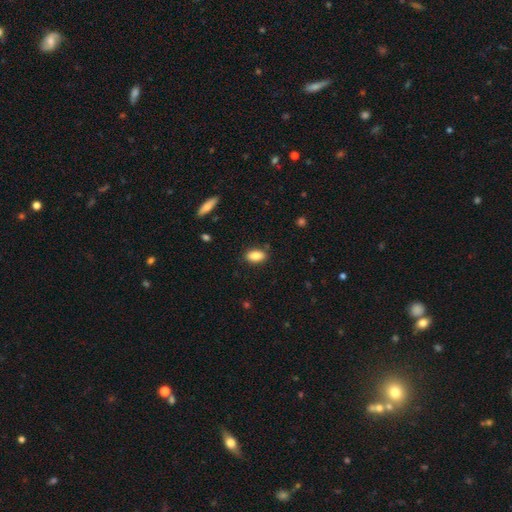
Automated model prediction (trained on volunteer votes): Smooth or featured? smooth (87%)
How rounded? in between (90%)
Merging? none (84%)